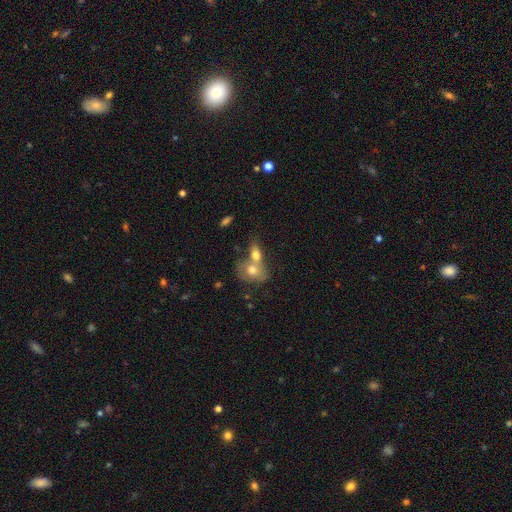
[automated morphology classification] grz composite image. It shows a smooth galaxy with no disk features (69%) that is in between round and cigar-shaped (68%). Merging: merger (62%).